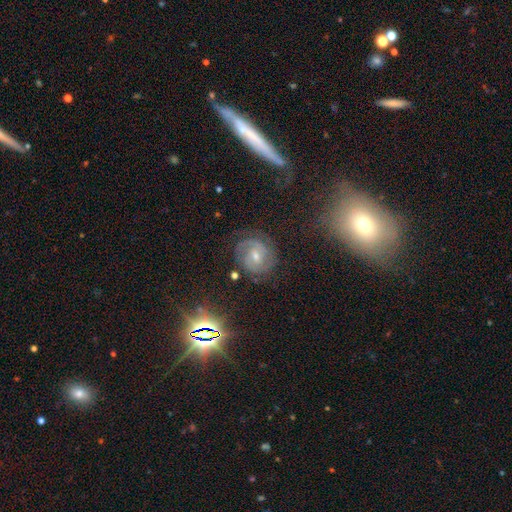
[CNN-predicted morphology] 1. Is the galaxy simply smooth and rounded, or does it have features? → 75% featured or disk, 14% star or artifact, 11% smooth.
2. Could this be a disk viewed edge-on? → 97% no, 3% yes.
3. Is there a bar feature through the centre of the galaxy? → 43% weak, 40% no, 17% strong.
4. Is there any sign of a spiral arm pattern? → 94% yes, 6% no.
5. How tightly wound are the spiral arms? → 62% tight, 31% medium, 7% loose.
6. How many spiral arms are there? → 57% 2, 20% can't tell, 12% 3, 5% 1, 3% 4, 3% more than 4.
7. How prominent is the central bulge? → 50% moderate, 45% small, 2% large, 2% none, 1% dominant.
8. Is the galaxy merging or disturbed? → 77% none, 15% minor disturbance, 7% major disturbance, 2% merger.